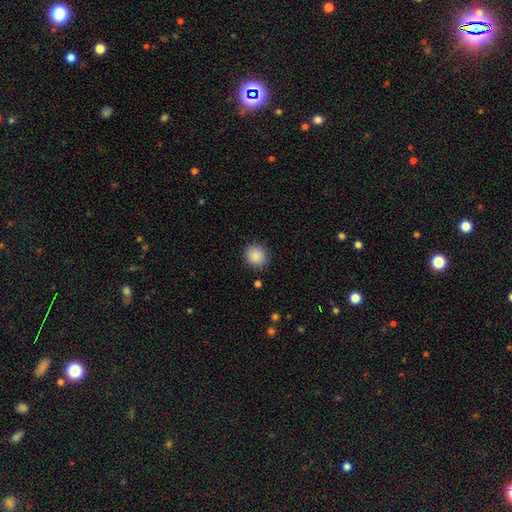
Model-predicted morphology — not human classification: smooth 88%, star or artifact 8%, featured or disk 4%. Down the decision tree: how rounded — round (84%); merging — none (89%).